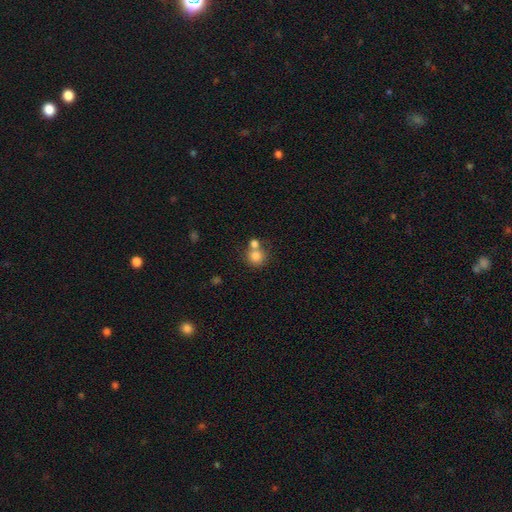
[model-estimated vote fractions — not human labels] Smooth or featured? smooth (80%)
How rounded? round (87%)
Merging? none (48%)